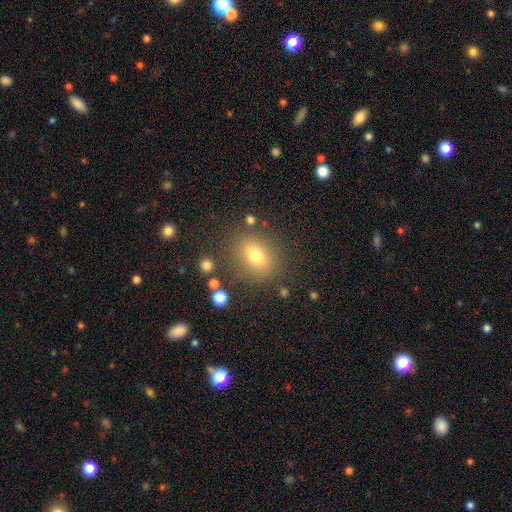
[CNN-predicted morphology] A smooth galaxy with no disk features (72%) that is in between round and cigar-shaped (51%). Merging: none (80%).